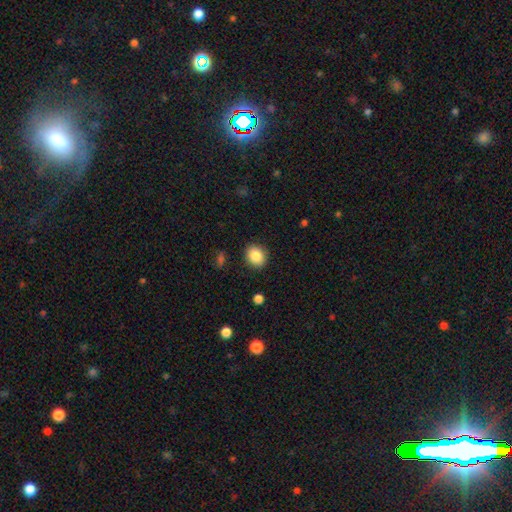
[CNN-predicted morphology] smooth_or_featured: smooth (p=0.87) [alt: star or artifact p=0.08]
how_rounded: round (p=0.61) [alt: in between p=0.38]
merging: none (p=0.88) [alt: minor disturbance p=0.08]